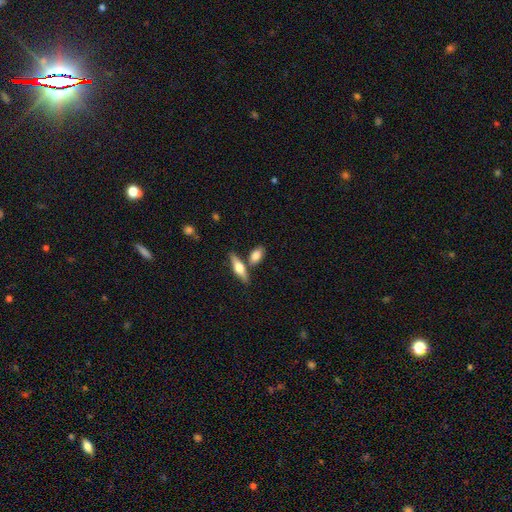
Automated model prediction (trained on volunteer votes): This is likely a smooth galaxy (73%). How rounded: likely in between (77%). Merging: likely none (63%).